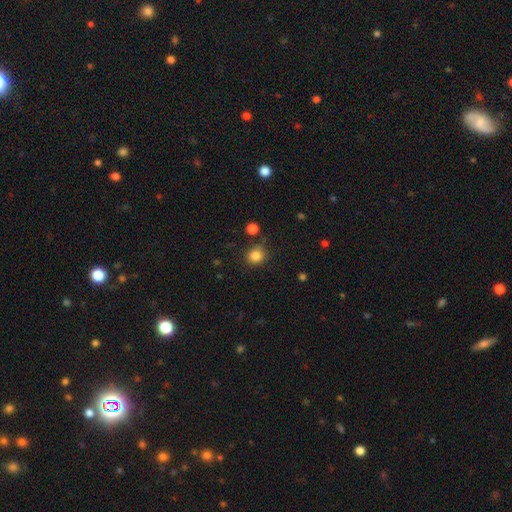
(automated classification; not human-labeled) Smooth or featured? Predicted: smooth (p=0.84). How rounded? Predicted: round (p=0.81). Merging? Predicted: none (p=0.81).